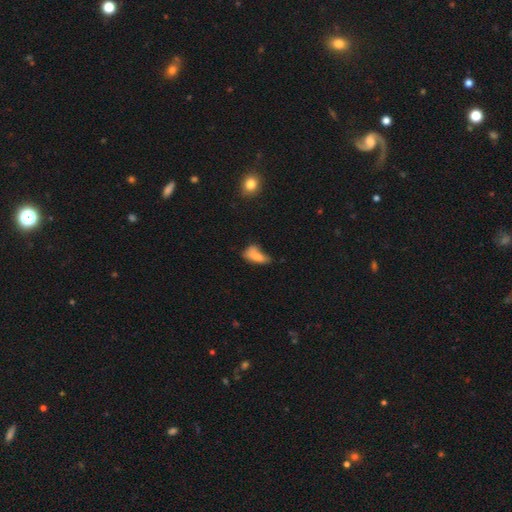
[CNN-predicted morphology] Smooth or featured?
  - smooth: 73% *
  - featured or disk: 16%
  - star or artifact: 11%
How rounded?
  - in between: 78% *
  - cigar-shaped: 17%
  - round: 5%
Merging?
  - minor disturbance: 31% *
  - none: 30%
  - major disturbance: 23%
  - merger: 16%